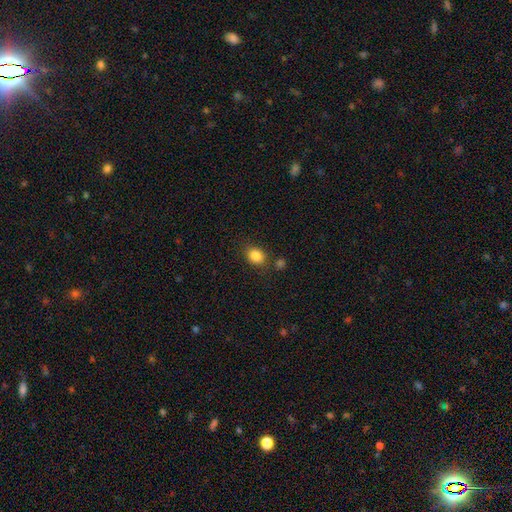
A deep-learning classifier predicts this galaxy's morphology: The model was most divided on "how rounded": in between: 50%, round: 49%, cigar-shaped: 1%. More confident: smooth or featured — smooth (85%); merging — none (77%).